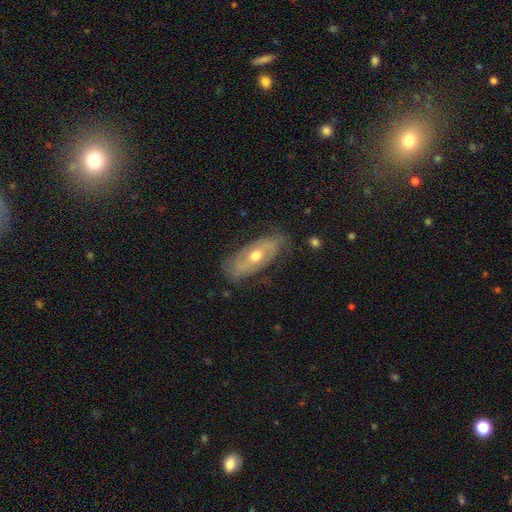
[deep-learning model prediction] The model was most divided on "spiral arms": yes: 60%, no: 40%. More confident: edge-on disk — no (82%); bulge size — moderate (74%); merging — none (72%); smooth or featured — featured or disk (65%); bar — no (60%).